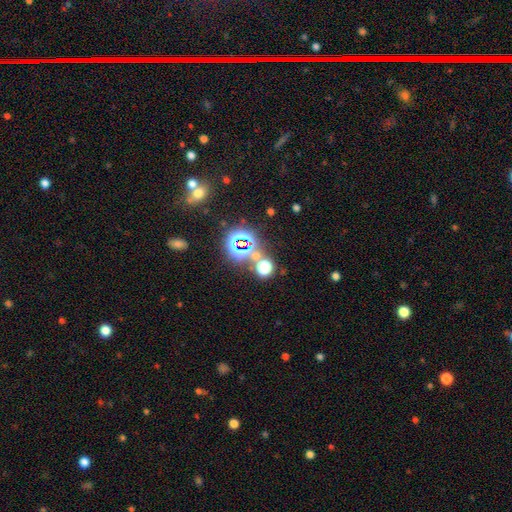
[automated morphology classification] The model was most divided on "smooth or featured": star or artifact: 60%, smooth: 32%, featured or disk: 8%.